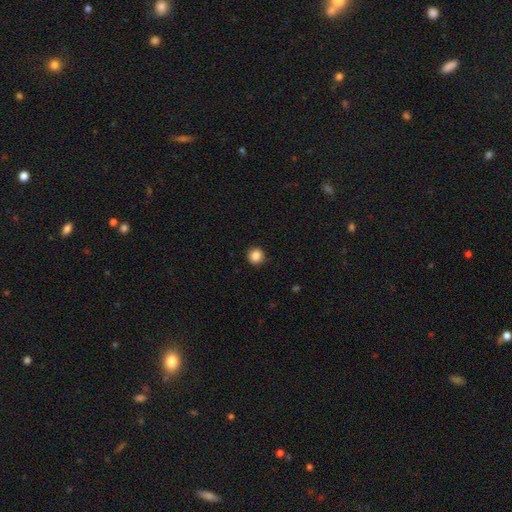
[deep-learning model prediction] Smooth or featured?
  - smooth: 86% *
  - star or artifact: 10%
  - featured or disk: 4%
How rounded?
  - round: 93% *
  - in between: 6%
  - cigar-shaped: 1%
Merging?
  - none: 92% *
  - minor disturbance: 6%
  - major disturbance: 2%
  - merger: 1%